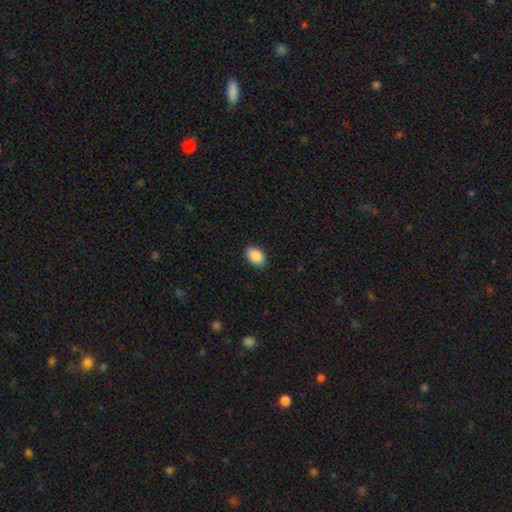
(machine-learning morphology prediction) The model was most divided on "how rounded": in between: 85%, round: 14%, cigar-shaped: 1%. More confident: smooth or featured — smooth (90%); merging — none (87%).